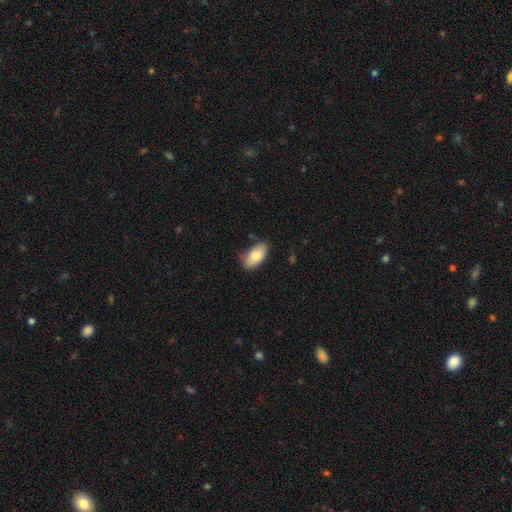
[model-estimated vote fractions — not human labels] This appears to be a smooth galaxy with no disk features (82%) that is in between round and cigar-shaped (93%). Merging: none (74%).